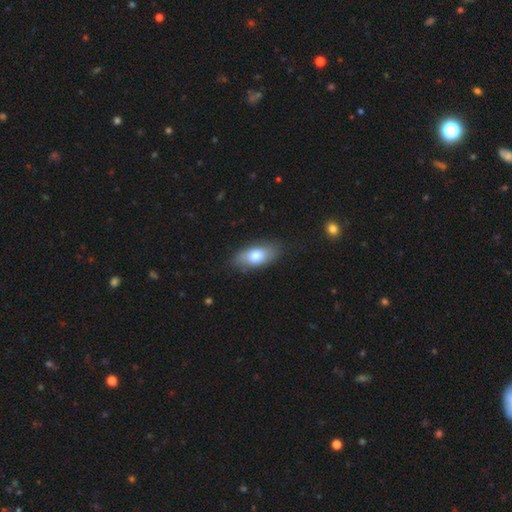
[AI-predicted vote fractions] smooth 74%, featured or disk 19%, star or artifact 7%. Down the decision tree: how rounded — in between (86%); merging — none (82%).